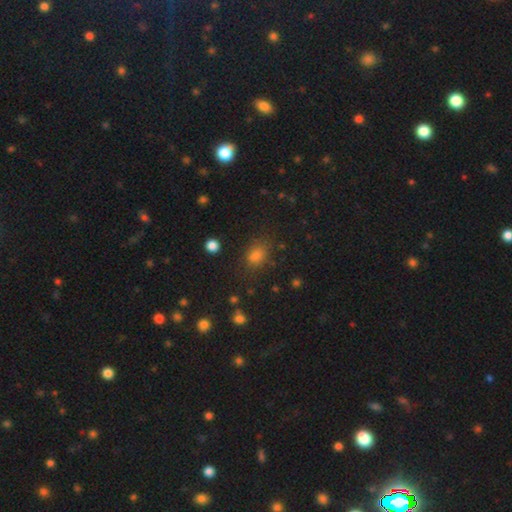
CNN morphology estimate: This is likely a smooth galaxy (75%). How rounded: likely in between (65%). Merging: likely none (75%).